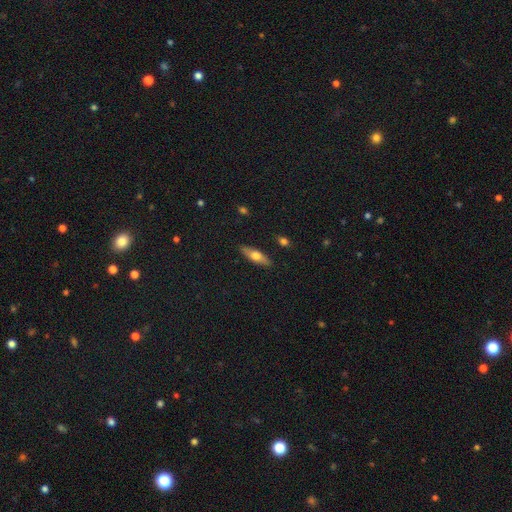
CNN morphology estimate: The model was most divided on "how rounded": cigar-shaped: 51%, in between: 46%, round: 3%. More confident: merging — none (88%); smooth or featured — smooth (53%).